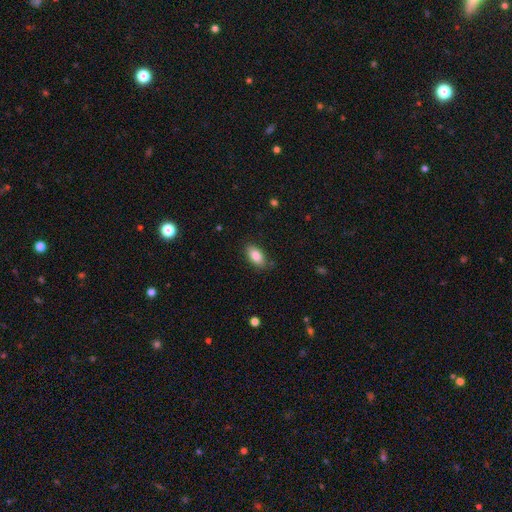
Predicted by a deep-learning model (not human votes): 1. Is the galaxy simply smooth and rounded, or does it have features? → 85% smooth, 7% featured or disk, 7% star or artifact.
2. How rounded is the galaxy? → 91% in between, 5% cigar-shaped, 4% round.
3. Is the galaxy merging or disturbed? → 84% none, 12% minor disturbance, 3% major disturbance, 1% merger.